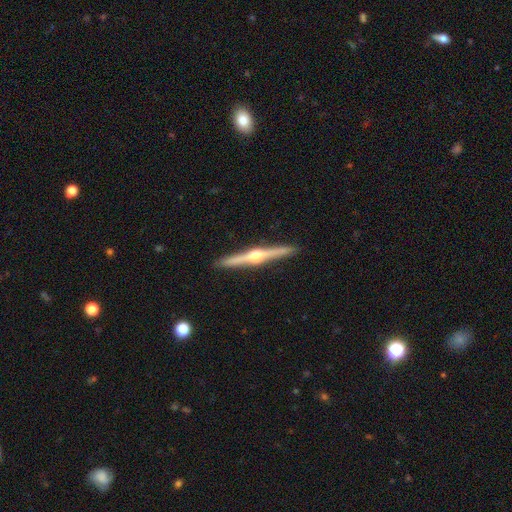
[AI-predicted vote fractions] Smooth or featured: featured or disk — 80% (smooth — 14%)
Edge-on disk: yes — 98% (no — 2%)
Edge-on bulge: rounded — 95% (boxy — 2%)
Merging: none — 92% (minor disturbance — 6%)